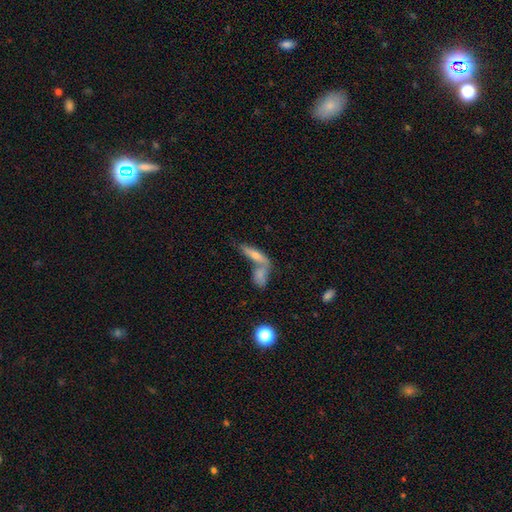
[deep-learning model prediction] Smooth or featured? smooth (56%)
How rounded? cigar-shaped (59%)
Merging? merger (53%)